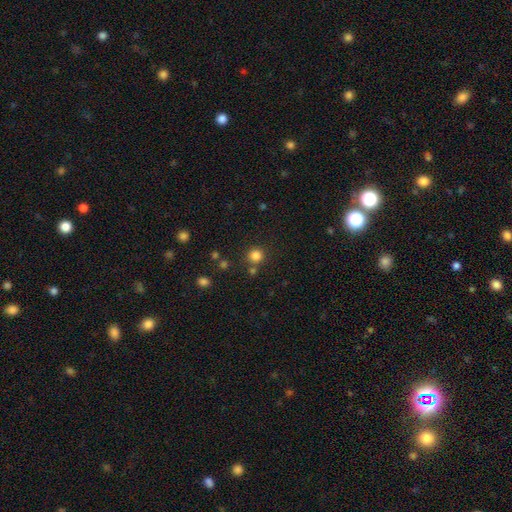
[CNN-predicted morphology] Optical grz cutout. It shows a smooth galaxy with no disk features (82%) that is round (92%). Merging: none (79%).